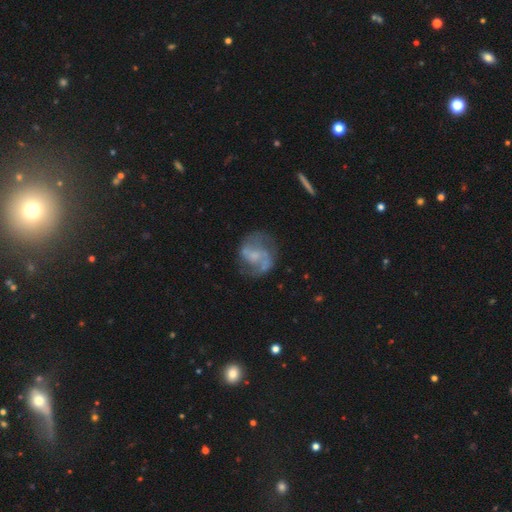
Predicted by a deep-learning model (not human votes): Smooth or featured: featured or disk — 74% (smooth — 18%)
Edge-on disk: no — 98% (yes — 2%)
Bar: no — 48% (weak — 42%)
Spiral arms: yes — 87% (no — 13%)
Spiral winding: medium — 47% (loose — 34%)
Spiral arm count: 2 — 78% (can't tell — 10%)
Bulge size: small — 38% (none — 33%)
Merging: none — 63% (minor disturbance — 20%)